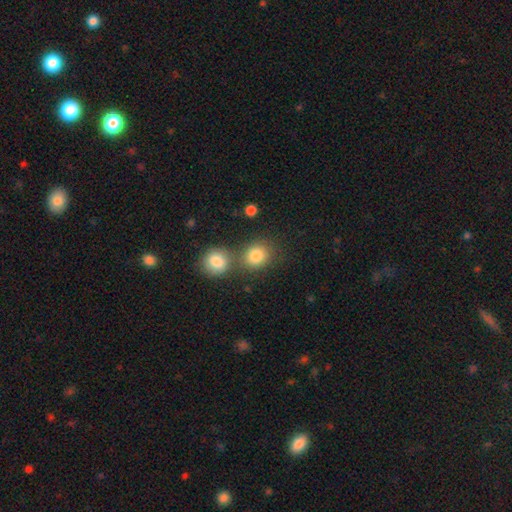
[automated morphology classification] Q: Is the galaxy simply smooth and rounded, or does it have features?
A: smooth — 83%.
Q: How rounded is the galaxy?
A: round — 74%.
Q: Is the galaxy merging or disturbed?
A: none — 56%.